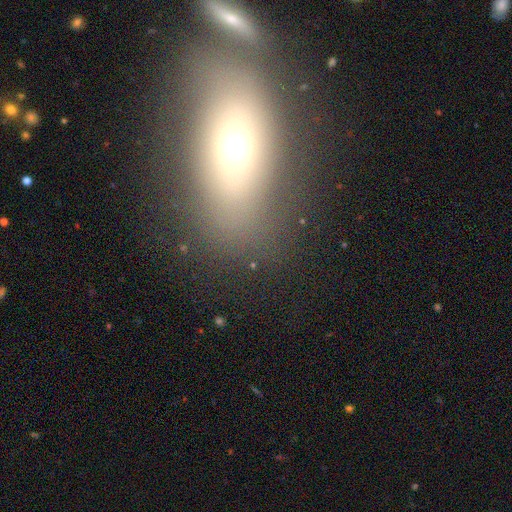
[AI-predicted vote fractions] smooth-or-featured: smooth: 56% | featured or disk: 29% | star or artifact: 15%
  how-rounded: in between: 76% | round: 15% | cigar-shaped: 9%
  merging: none: 63% | minor disturbance: 14% | merger: 14% | major disturbance: 9%